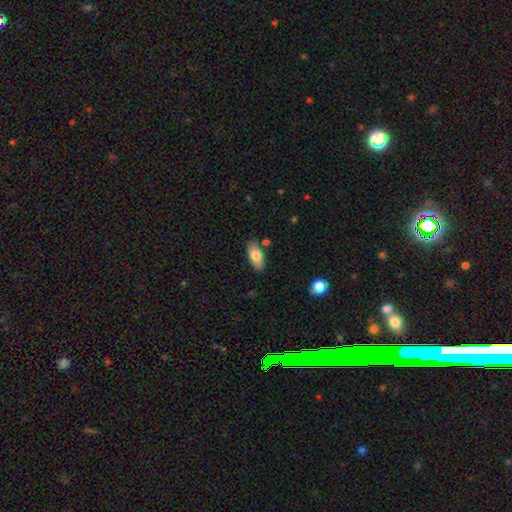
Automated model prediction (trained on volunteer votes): A smooth galaxy with no disk features (79%) that is in between round and cigar-shaped (88%).

Vote fractions:
- Smooth or featured? smooth: 79% / featured or disk: 14% / star or artifact: 7%
- How rounded? in between: 88% / cigar-shaped: 9% / round: 2%
- Merging? none: 83% / minor disturbance: 12% / merger: 4% / major disturbance: 2%